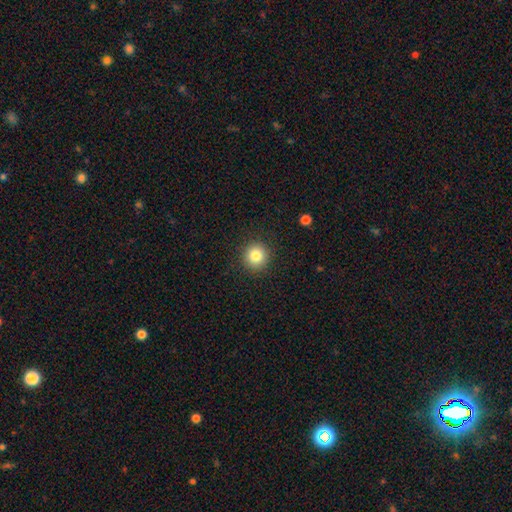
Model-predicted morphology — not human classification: smooth 84%, star or artifact 10%, featured or disk 6%. Down the decision tree: how rounded — round (94%); merging — none (91%).